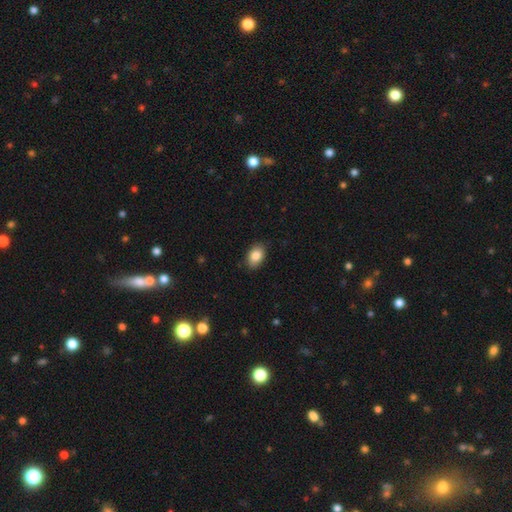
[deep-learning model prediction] Q: Smooth or featured?
A: smooth (85%); runner-up: star or artifact (8%)
Q: How rounded?
A: in between (86%); runner-up: round (13%)
Q: Merging?
A: none (87%); runner-up: minor disturbance (10%)